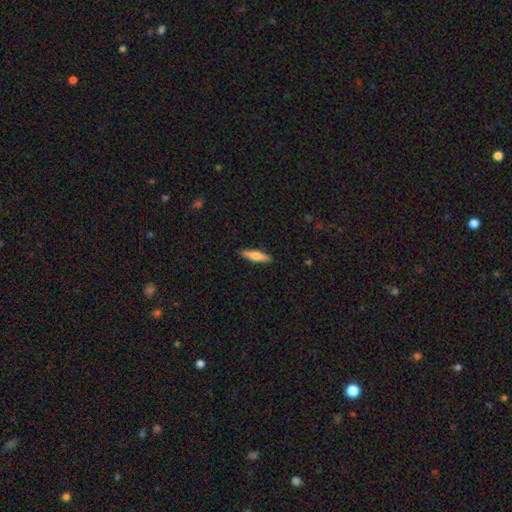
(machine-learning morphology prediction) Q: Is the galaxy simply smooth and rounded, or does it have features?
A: smooth — 63%.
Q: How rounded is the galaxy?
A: cigar-shaped — 76%.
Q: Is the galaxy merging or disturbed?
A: none — 90%.